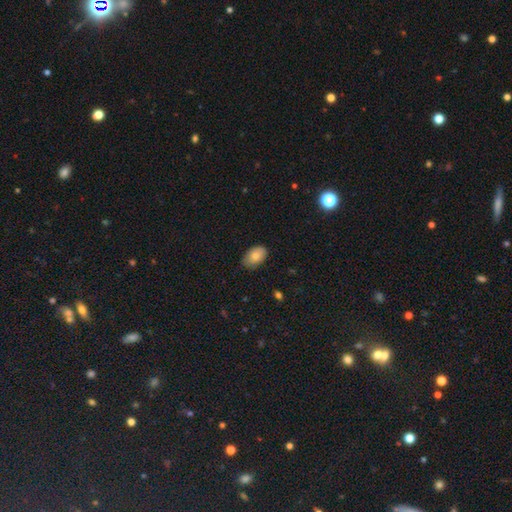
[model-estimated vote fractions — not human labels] smooth-or-featured: smooth: 81% | featured or disk: 12% | star or artifact: 7%
  how-rounded: in between: 90% | round: 9% | cigar-shaped: 1%
  merging: none: 76% | minor disturbance: 20% | major disturbance: 3% | merger: 1%